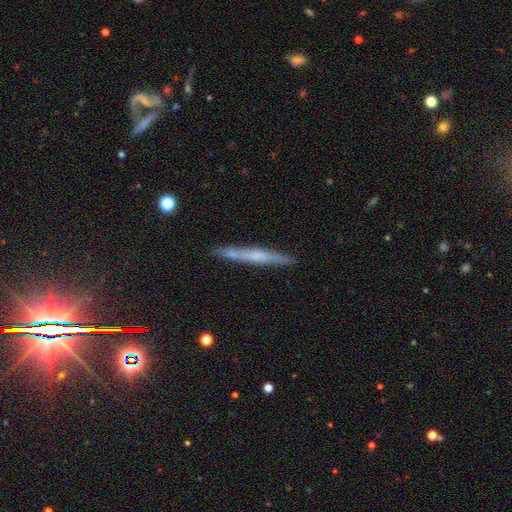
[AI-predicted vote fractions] The model was most divided on "smooth or featured": featured or disk: 52%, smooth: 42%, star or artifact: 7%. More confident: edge-on disk — yes (95%); merging — none (86%).